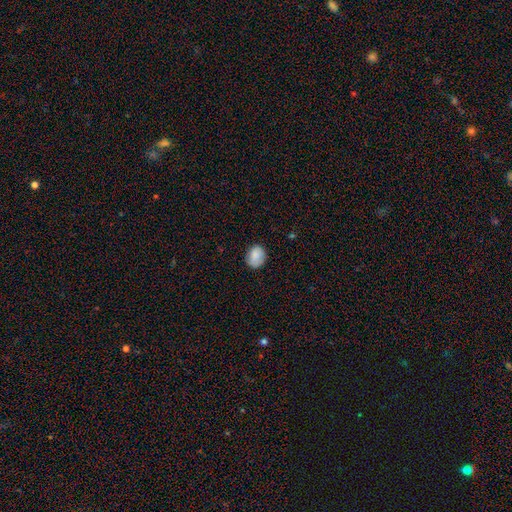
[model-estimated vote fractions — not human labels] smooth_or_featured: smooth (p=0.86) [alt: star or artifact p=0.08]
how_rounded: round (p=0.51) [alt: in between p=0.48]
merging: none (p=0.77) [alt: minor disturbance p=0.18]